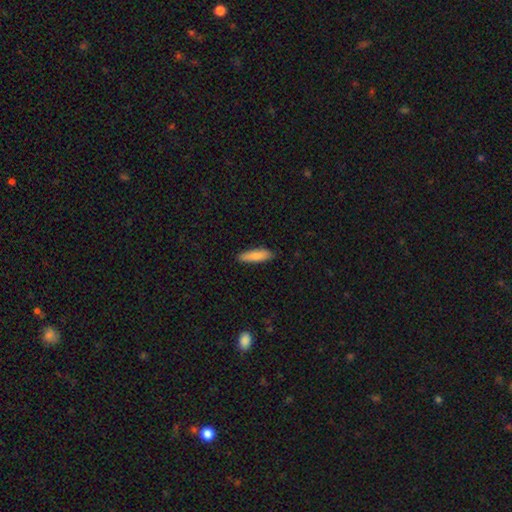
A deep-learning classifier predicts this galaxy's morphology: The model was most divided on "how rounded": cigar-shaped: 64%, in between: 35%, round: 2%. More confident: merging — none (87%); smooth or featured — smooth (85%).